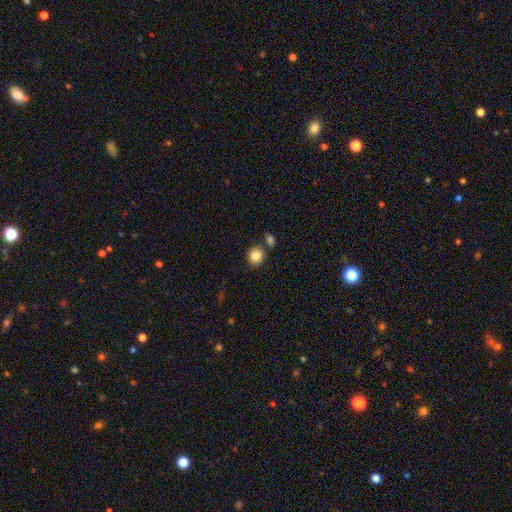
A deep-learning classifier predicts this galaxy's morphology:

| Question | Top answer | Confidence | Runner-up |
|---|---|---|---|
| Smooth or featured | smooth | 85% | star or artifact (9%) |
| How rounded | round | 76% | in between (23%) |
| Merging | none | 75% | merger (12%) |